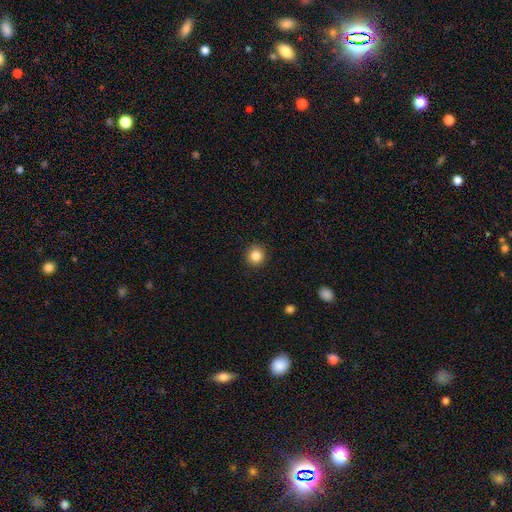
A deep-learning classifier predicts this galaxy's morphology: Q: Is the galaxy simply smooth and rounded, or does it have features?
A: smooth — 85%.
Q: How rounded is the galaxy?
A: round — 93%.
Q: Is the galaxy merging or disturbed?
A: none — 91%.